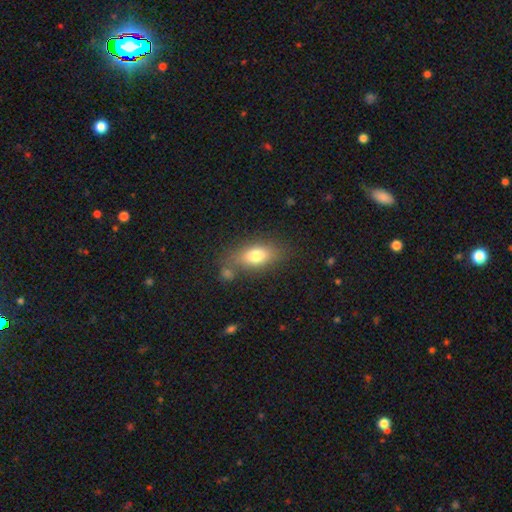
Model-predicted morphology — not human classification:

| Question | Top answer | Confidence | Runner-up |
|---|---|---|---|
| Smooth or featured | smooth | 76% | featured or disk (15%) |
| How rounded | in between | 83% | round (9%) |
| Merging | none | 65% | minor disturbance (16%) |